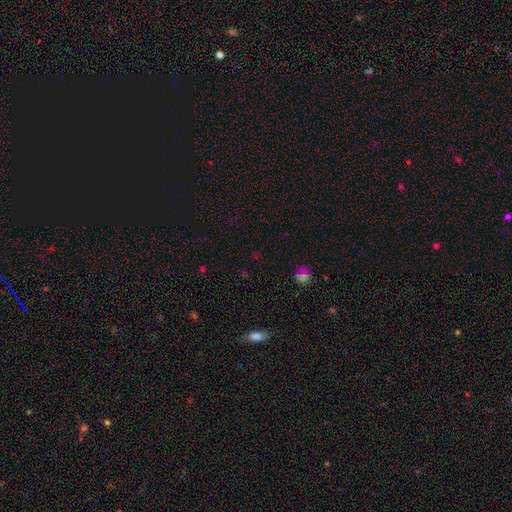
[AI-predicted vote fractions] Morphology: type=star or artifact (60%).